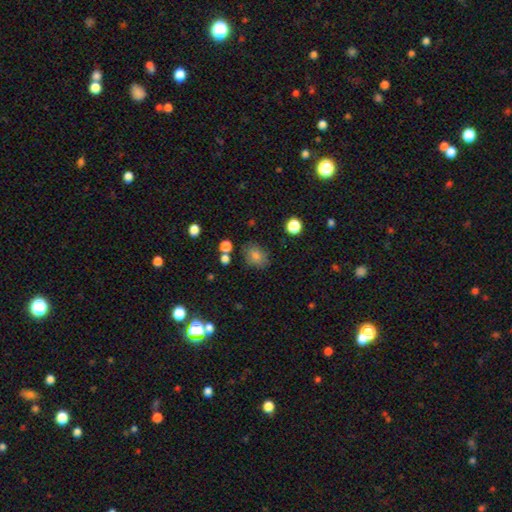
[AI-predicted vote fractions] smooth_or_featured: smooth (p=0.76) [alt: star or artifact p=0.16]
how_rounded: round (p=0.54) [alt: in between p=0.45]
merging: none (p=0.79) [alt: minor disturbance p=0.13]